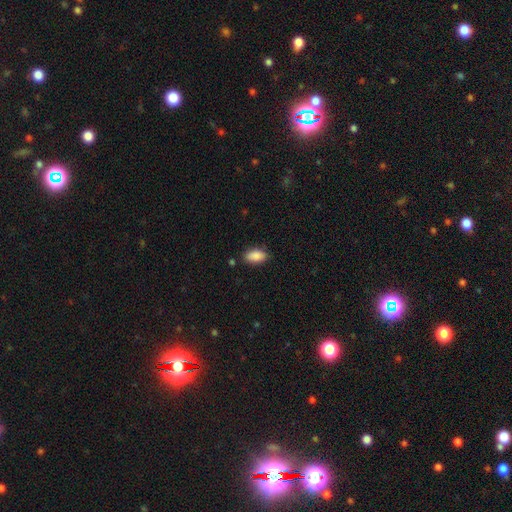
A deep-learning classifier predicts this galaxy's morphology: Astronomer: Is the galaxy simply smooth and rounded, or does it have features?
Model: smooth — 88%.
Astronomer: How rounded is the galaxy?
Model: in between — 92%.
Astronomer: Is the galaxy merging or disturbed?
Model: none — 81%.